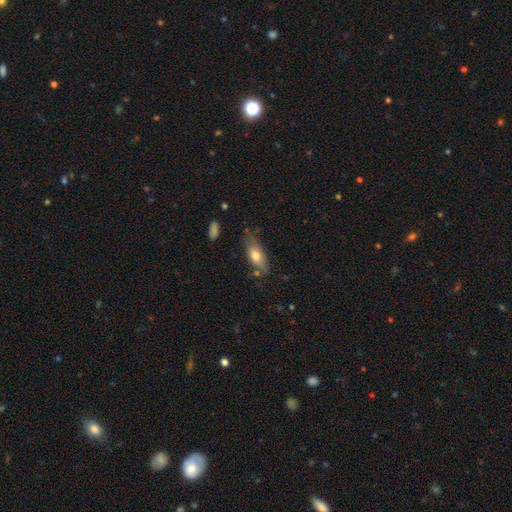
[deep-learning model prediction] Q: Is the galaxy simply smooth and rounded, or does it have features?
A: smooth — 73%.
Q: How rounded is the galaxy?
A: in between — 75%.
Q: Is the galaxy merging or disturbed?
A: none — 65%.